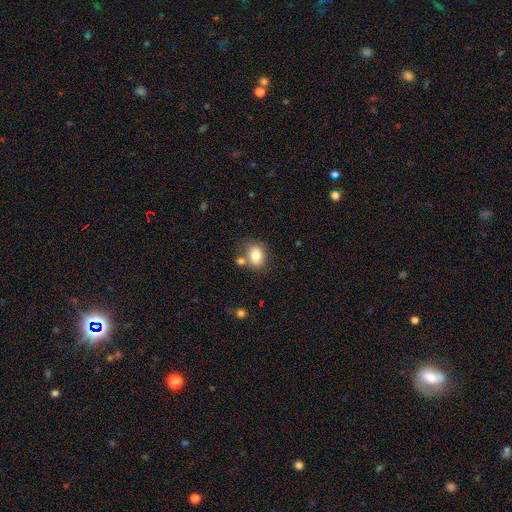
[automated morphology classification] A smooth galaxy with no disk features (80%) that is in between round and cigar-shaped (56%).

Vote fractions:
- Smooth or featured? smooth: 80% / featured or disk: 11% / star or artifact: 9%
- How rounded? in between: 56% / round: 43% / cigar-shaped: 1%
- Merging? none: 59% / merger: 20% / minor disturbance: 16% / major disturbance: 5%